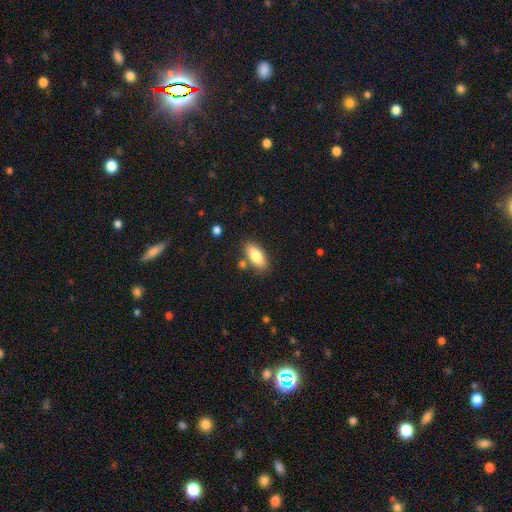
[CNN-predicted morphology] type=smooth (82%); roundness=in between (85%); merging=none (79%).